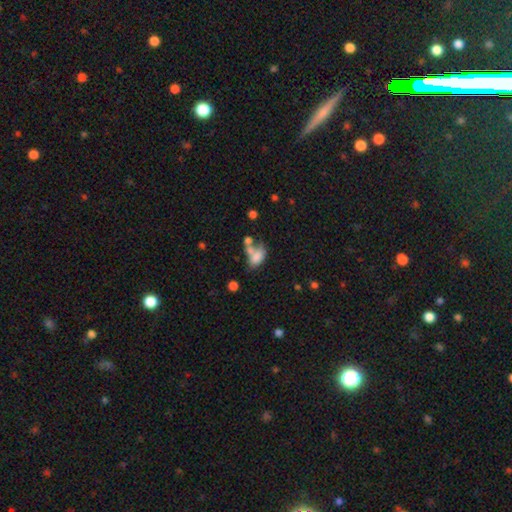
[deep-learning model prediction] This appears to be a smooth galaxy with no disk features (70%) that is in between round and cigar-shaped (87%). Merging: merger (47%).